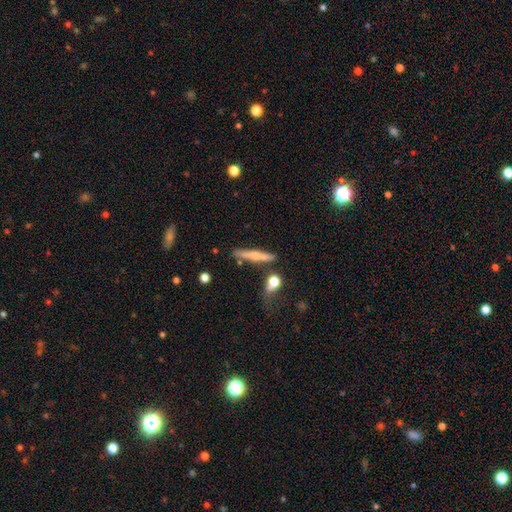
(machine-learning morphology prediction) type=smooth (48%); merging=none (75%).